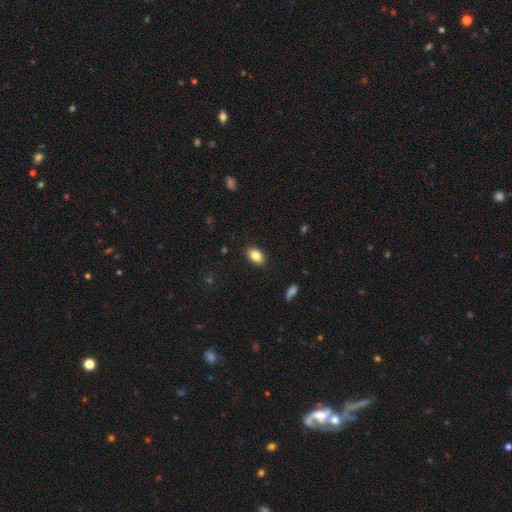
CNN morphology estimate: This is clearly a smooth galaxy (84%). How rounded: clearly in between (88%). Merging: clearly none (87%).